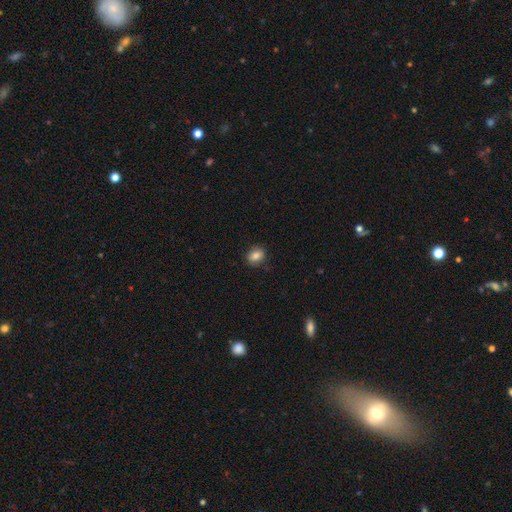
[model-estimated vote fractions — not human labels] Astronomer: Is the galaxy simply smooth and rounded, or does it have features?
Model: smooth — 84%.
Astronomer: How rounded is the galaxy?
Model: in between — 54% (runner-up: round, 45%).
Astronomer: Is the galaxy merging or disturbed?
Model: none — 85%.